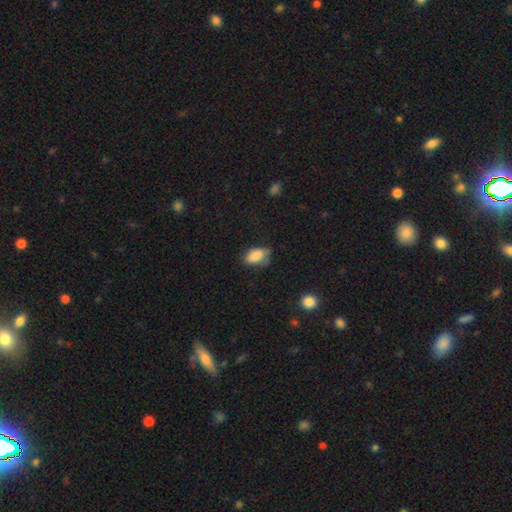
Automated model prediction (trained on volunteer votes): A smooth galaxy with no disk features (82%) that is in between round and cigar-shaped (90%). Merging: none (53%).